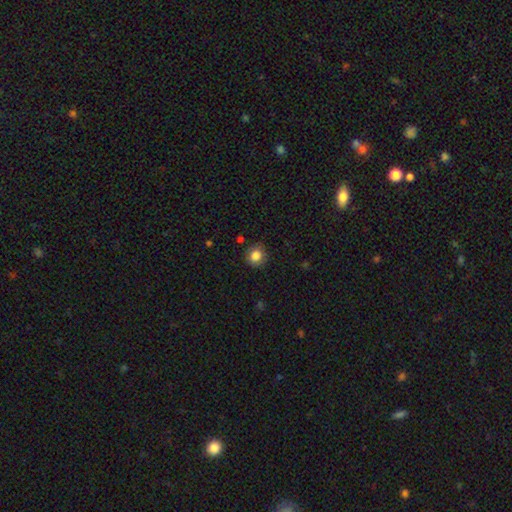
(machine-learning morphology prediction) This appears to be a smooth galaxy with no disk features (83%) that is round (83%). Merging: none (83%).